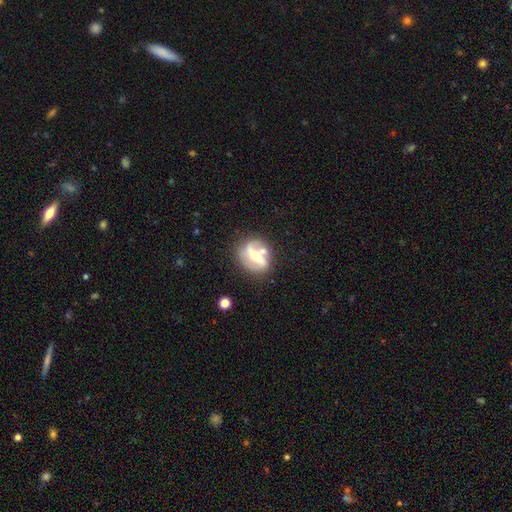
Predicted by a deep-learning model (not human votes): smooth-or-featured: featured or disk: 69% | smooth: 24% | star or artifact: 7%
  disk-edge-on: no: 87% | yes: 13%
    bar: strong: 56% | weak: 24% | no: 21%
    has-spiral-arms: yes: 63% | no: 37%
    bulge-size: moderate: 53% | small: 36% | large: 6% | none: 4% | dominant: 2%
  merging: none: 60% | minor disturbance: 18% | merger: 14% | major disturbance: 9%